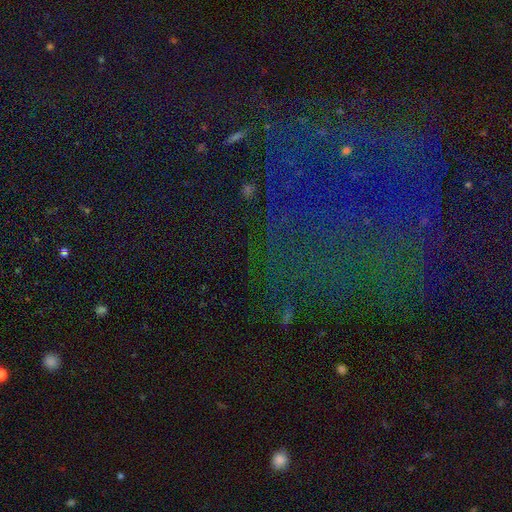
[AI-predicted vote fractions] Overall: star or artifact (70%).